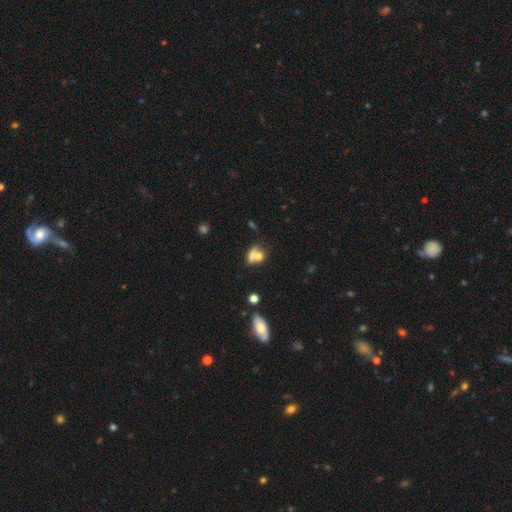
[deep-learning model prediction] The model was most divided on "how rounded": in between: 51%, round: 43%, cigar-shaped: 6%. More confident: smooth or featured — smooth (67%); merging — merger (52%).